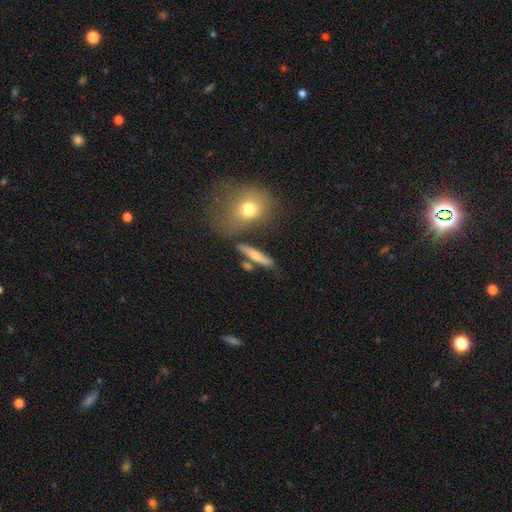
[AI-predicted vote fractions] Q: Smooth or featured?
A: smooth (57%); runner-up: featured or disk (35%)
Q: How rounded?
A: cigar-shaped (70%); runner-up: in between (20%)
Q: Merging?
A: none (69%); runner-up: minor disturbance (13%)